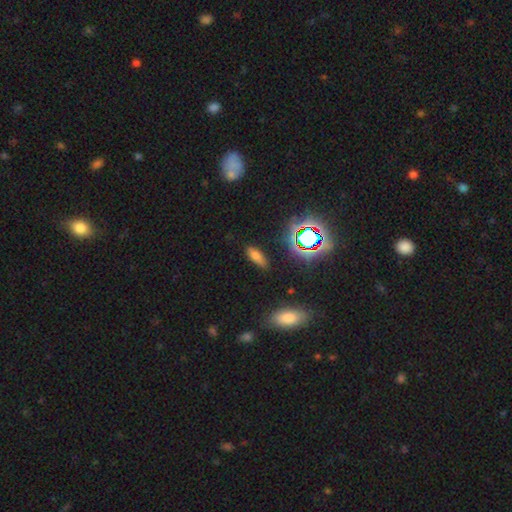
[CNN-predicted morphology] Smooth or featured?
  - smooth: 66% *
  - star or artifact: 22%
  - featured or disk: 12%
How rounded?
  - in between: 71% *
  - cigar-shaped: 24%
  - round: 5%
Merging?
  - none: 80% *
  - minor disturbance: 14%
  - major disturbance: 4%
  - merger: 2%